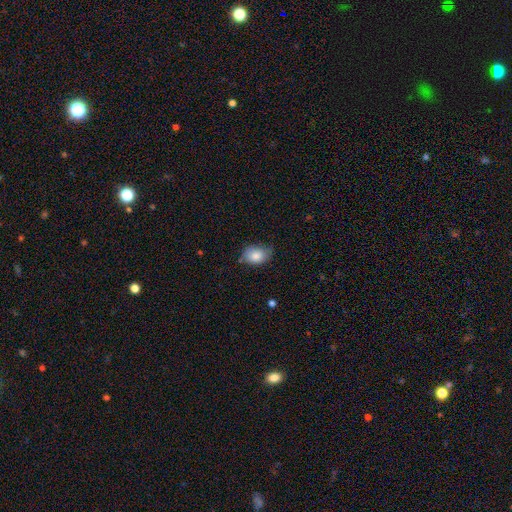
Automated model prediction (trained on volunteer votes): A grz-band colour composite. It shows a smooth galaxy with no disk features (83%) that is in between round and cigar-shaped (69%). Merging: none (61%).